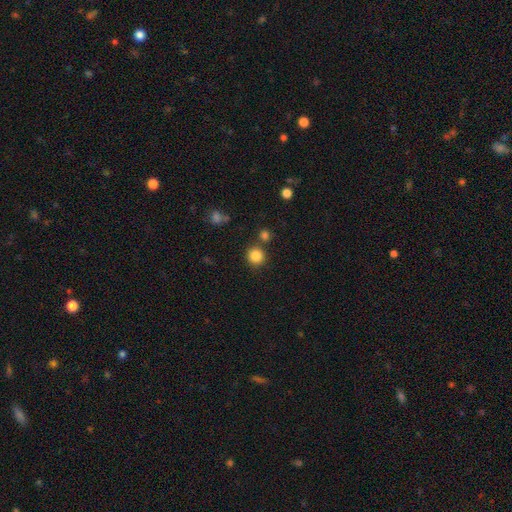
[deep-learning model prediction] smooth_or_featured: smooth (p=0.85) [alt: star or artifact p=0.11]
how_rounded: round (p=0.92) [alt: in between p=0.07]
merging: none (p=0.80) [alt: merger p=0.09]